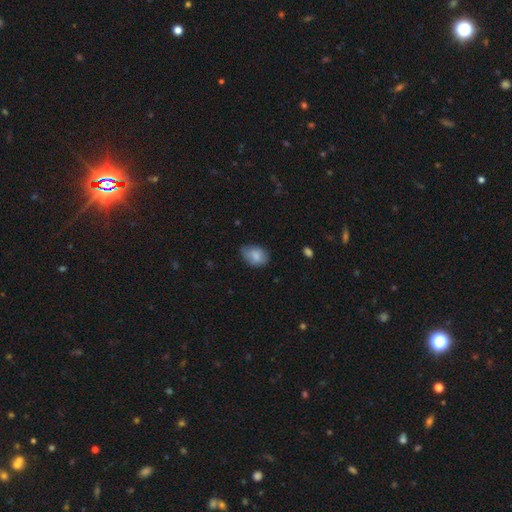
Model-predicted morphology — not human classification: smooth_or_featured: smooth (p=0.80) [alt: featured or disk p=0.12]
how_rounded: in between (p=0.79) [alt: round p=0.20]
merging: none (p=0.60) [alt: minor disturbance p=0.32]